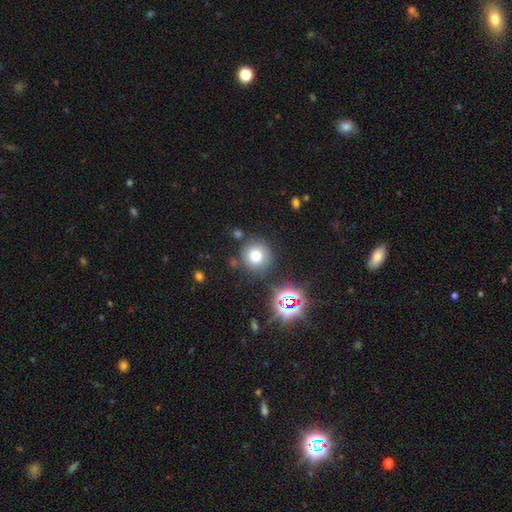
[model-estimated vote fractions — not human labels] This is likely a smooth galaxy (72%). How rounded: clearly round (91%). Merging: clearly none (80%).